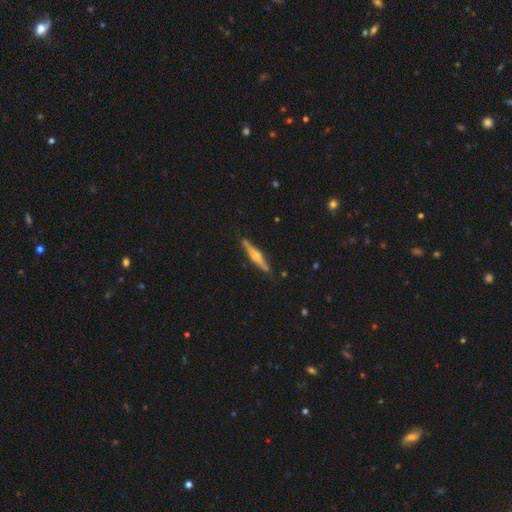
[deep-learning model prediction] Smooth or featured? featured or disk (74%)
Edge-on disk? yes (97%)
Edge-on bulge? rounded (90%)
Merging? none (87%)